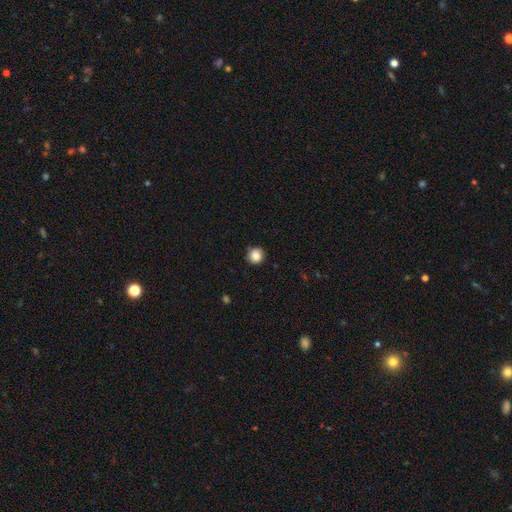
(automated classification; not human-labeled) Smooth or featured? Predicted: smooth (p=0.87). How rounded? Predicted: round (p=0.94). Merging? Predicted: none (p=0.88).